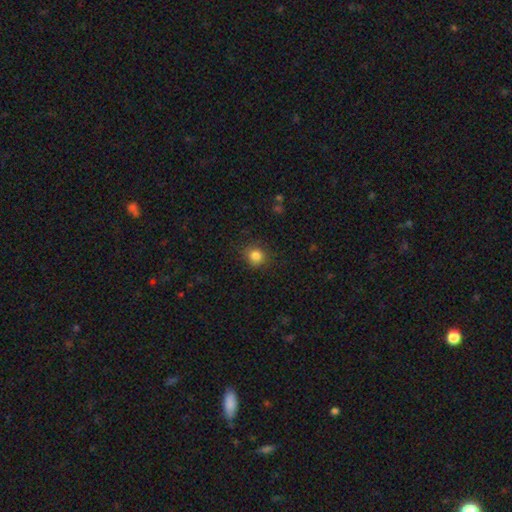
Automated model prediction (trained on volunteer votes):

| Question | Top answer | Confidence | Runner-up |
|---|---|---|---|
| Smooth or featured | smooth | 84% | star or artifact (11%) |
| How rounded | round | 88% | in between (11%) |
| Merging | none | 86% | minor disturbance (10%) |